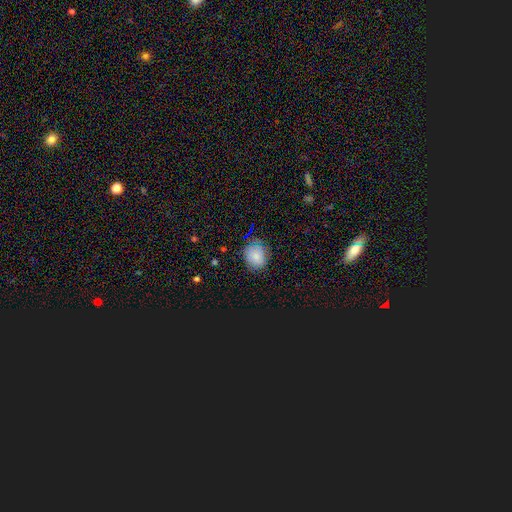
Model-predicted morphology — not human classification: smooth 75%, star or artifact 15%, featured or disk 10%. Down the decision tree: how rounded — round (63%); merging — none (78%).